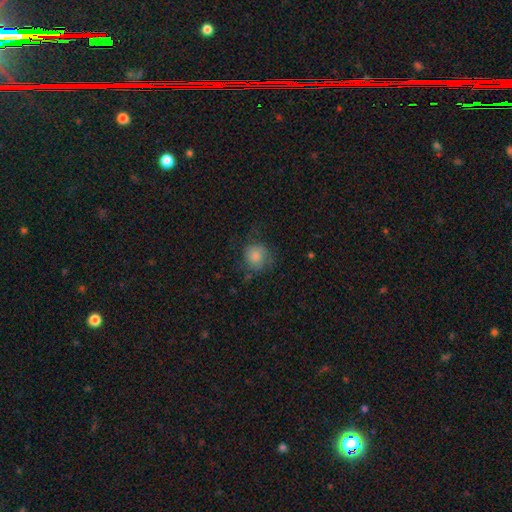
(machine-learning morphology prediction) type=smooth (77%); roundness=round (84%); merging=none (61%).